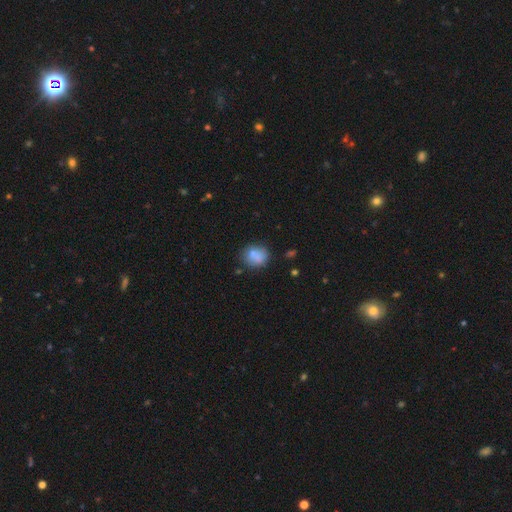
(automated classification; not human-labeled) Q: Smooth or featured?
A: smooth (79%); runner-up: featured or disk (12%)
Q: How rounded?
A: round (67%); runner-up: in between (31%)
Q: Merging?
A: none (61%); runner-up: minor disturbance (18%)